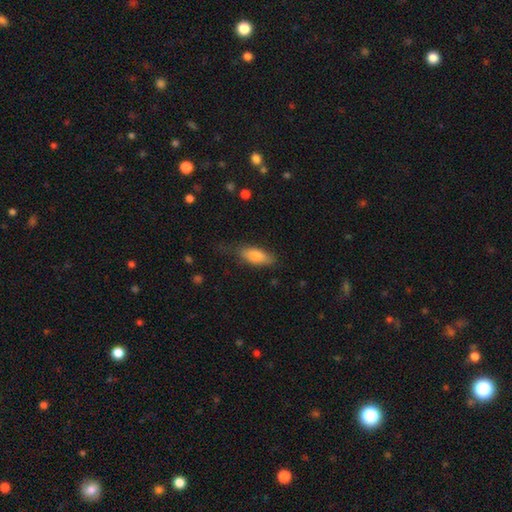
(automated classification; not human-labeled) Smooth or featured?
  - smooth: 80% *
  - featured or disk: 13%
  - star or artifact: 6%
How rounded?
  - in between: 77% *
  - cigar-shaped: 20%
  - round: 3%
Merging?
  - none: 61% *
  - minor disturbance: 27%
  - major disturbance: 10%
  - merger: 2%